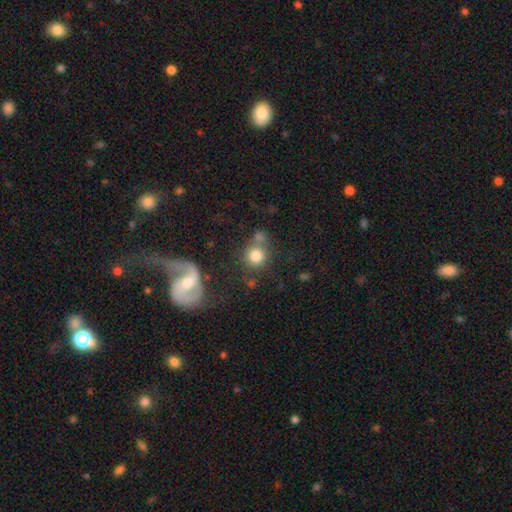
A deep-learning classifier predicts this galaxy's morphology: A smooth galaxy with no disk features (79%) that is round (87%).

Vote fractions:
- Smooth or featured? smooth: 79% / star or artifact: 11% / featured or disk: 10%
- How rounded? round: 87% / in between: 12% / cigar-shaped: 1%
- Merging? none: 58% / merger: 22% / minor disturbance: 13% / major disturbance: 7%